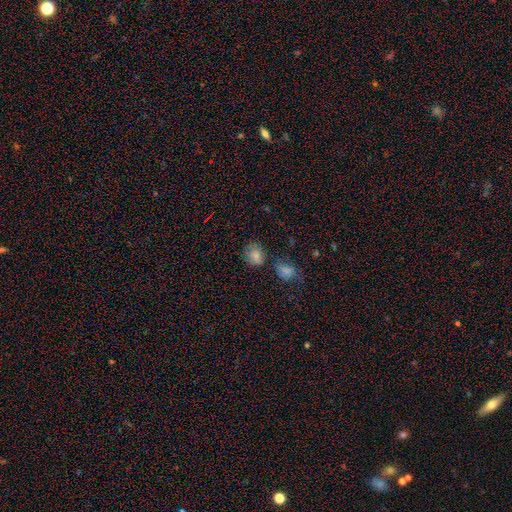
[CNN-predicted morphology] A smooth galaxy with no disk features (74%) that is round (58%).

Vote fractions:
- Smooth or featured? smooth: 74% / star or artifact: 18% / featured or disk: 9%
- How rounded? round: 58% / in between: 41% / cigar-shaped: 1%
- Merging? none: 66% / minor disturbance: 19% / merger: 8% / major disturbance: 7%